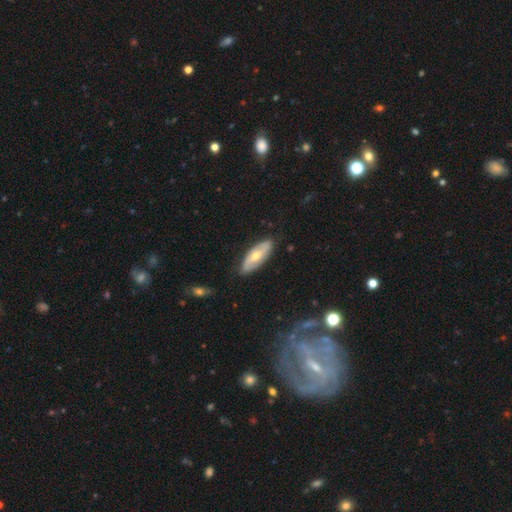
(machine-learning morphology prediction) smooth-or-featured: featured or disk: 59% | smooth: 35% | star or artifact: 6%
  disk-edge-on: no: 80% | yes: 20%
  merging: none: 83% | minor disturbance: 13% | major disturbance: 3% | merger: 1%